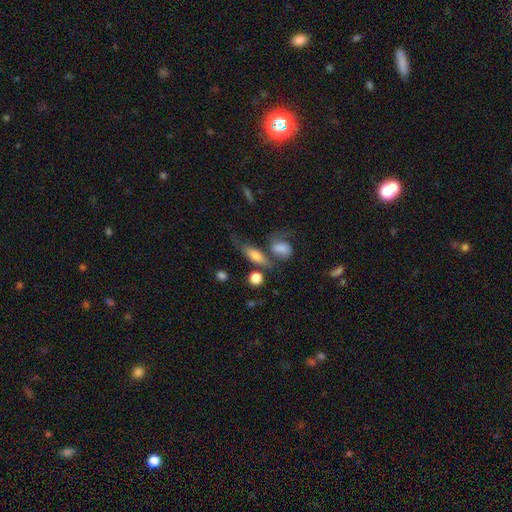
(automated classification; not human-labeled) The model was most divided on "how rounded": in between: 54%, cigar-shaped: 32%, round: 14%. More confident: smooth or featured — smooth (64%); merging — none (52%).